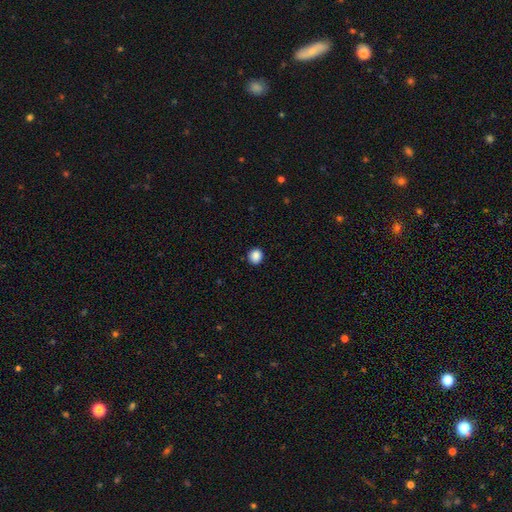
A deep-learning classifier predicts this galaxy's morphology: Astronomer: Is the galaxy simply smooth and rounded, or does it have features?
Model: smooth — 88%.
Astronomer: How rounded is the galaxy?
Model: round — 88%.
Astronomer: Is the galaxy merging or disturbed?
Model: none — 92%.